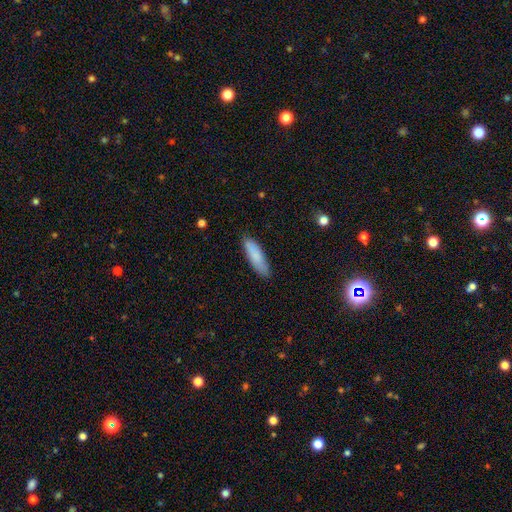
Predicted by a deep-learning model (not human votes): smooth_or_featured: smooth (p=0.85) [alt: featured or disk p=0.10]
how_rounded: cigar-shaped (p=0.59) [alt: in between p=0.39]
merging: none (p=0.83) [alt: minor disturbance p=0.14]